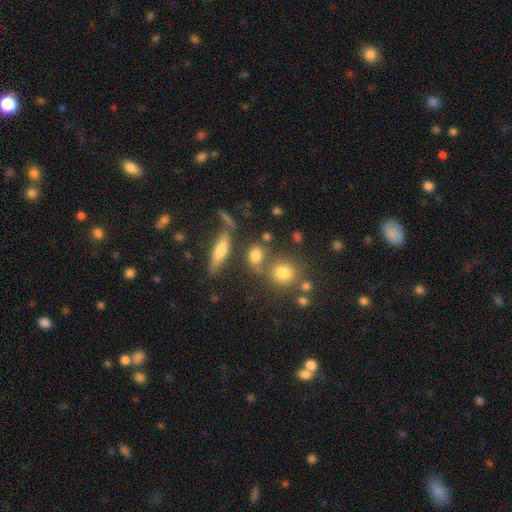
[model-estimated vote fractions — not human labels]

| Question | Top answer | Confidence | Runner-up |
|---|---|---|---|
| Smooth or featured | smooth | 76% | star or artifact (13%) |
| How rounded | round | 51% | in between (40%) |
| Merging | none | 60% | merger (22%) |